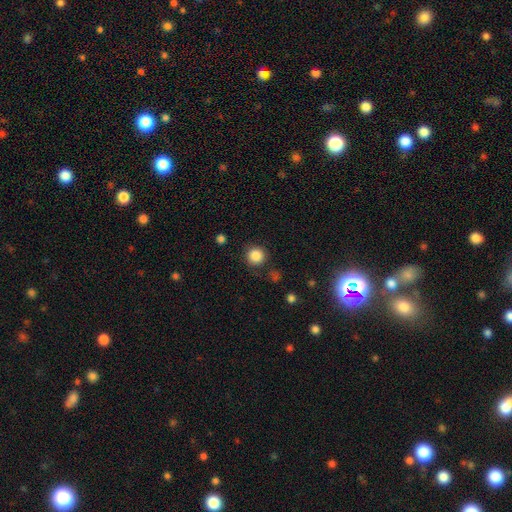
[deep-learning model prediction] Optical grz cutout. It shows a smooth galaxy with no disk features (85%) that is round (93%). Merging: none (84%).